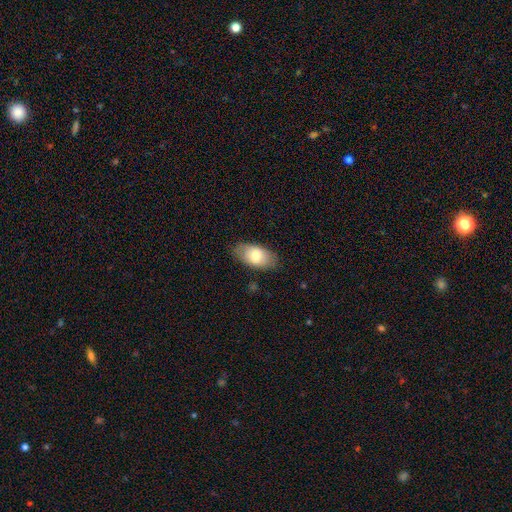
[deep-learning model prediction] Morphology: type=smooth (75%); roundness=in between (93%); merging=none (82%).